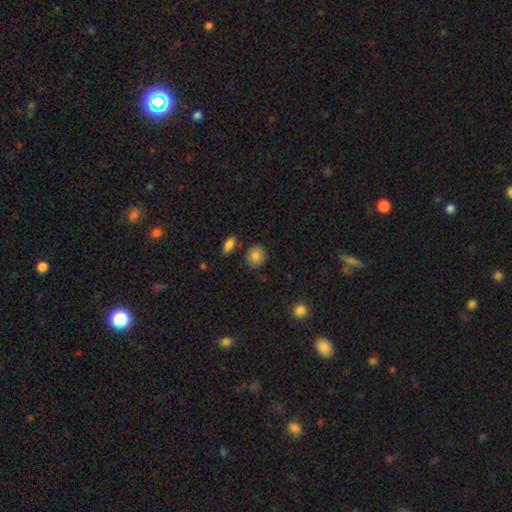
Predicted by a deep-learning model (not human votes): A smooth galaxy with no disk features (84%) that is round (77%). Merging: none (81%).